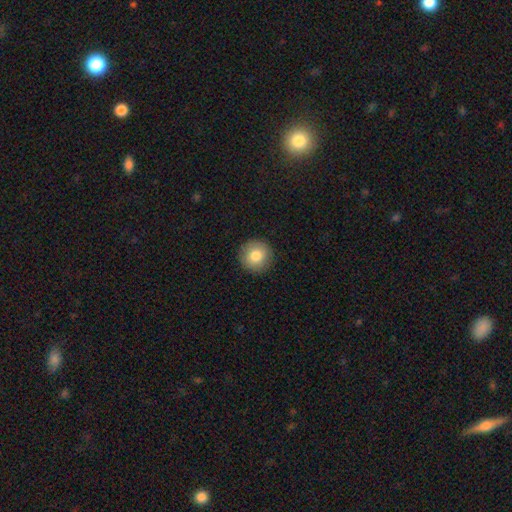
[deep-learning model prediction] This is clearly a smooth galaxy (82%). How rounded: clearly round (95%). Merging: clearly none (92%).